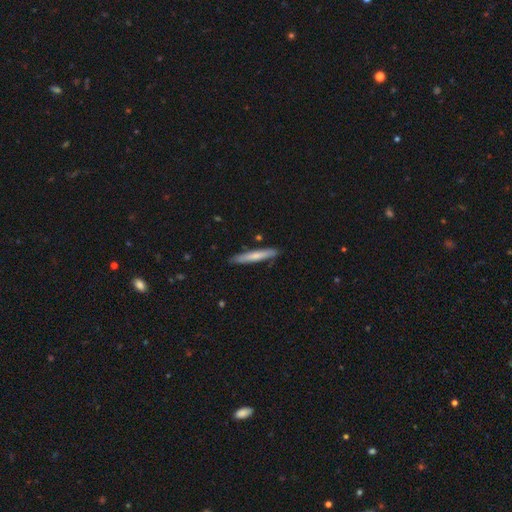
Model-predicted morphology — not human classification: type=smooth (65%); roundness=cigar-shaped (94%); merging=none (86%).